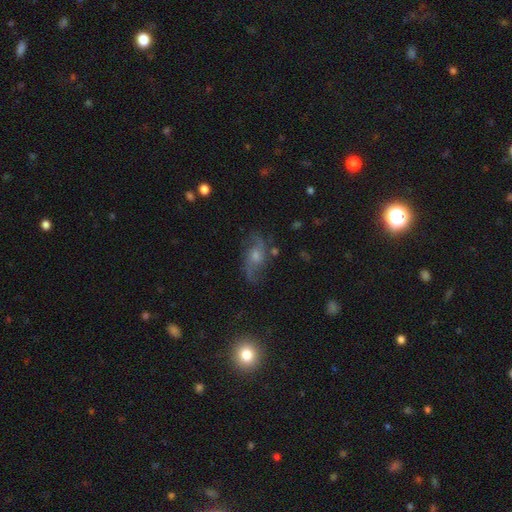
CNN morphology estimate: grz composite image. It shows a featured or disk galaxy (72%) with no bar (63%), 2 (83%) loose (56%) spiral arms (92%) and a moderate central bulge (53%). Merging: none (72%).